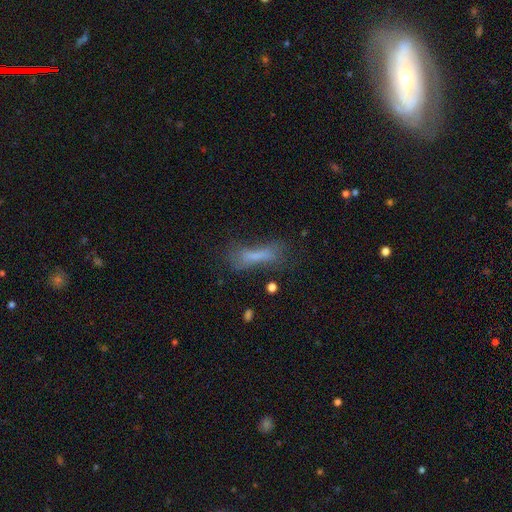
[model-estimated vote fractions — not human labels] Smooth or featured? Predicted: smooth (p=0.60). How rounded? Predicted: cigar-shaped (p=0.71). Merging? Predicted: none (p=0.50).